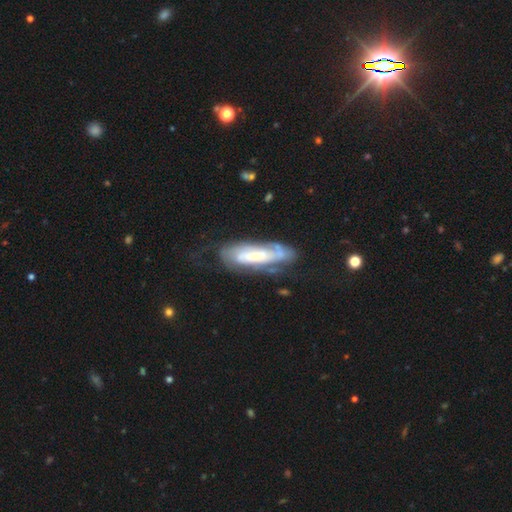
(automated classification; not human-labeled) smooth_or_featured: featured or disk (p=0.71) [alt: smooth p=0.23]
disk_edge_on: no (p=0.81) [alt: yes p=0.19]
bar: no (p=0.59) [alt: weak p=0.27]
has_spiral_arms: yes (p=0.84) [alt: no p=0.16]
bulge_size: small (p=0.57) [alt: moderate p=0.30]
merging: none (p=0.57) [alt: minor disturbance p=0.24]